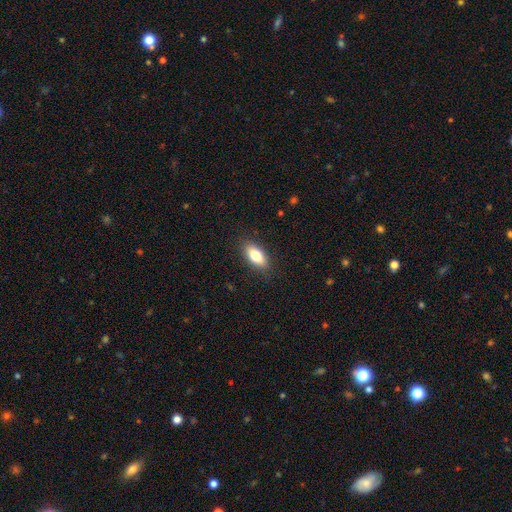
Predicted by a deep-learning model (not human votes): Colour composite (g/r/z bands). It shows a smooth galaxy with no disk features (77%) that is in between round and cigar-shaped (82%). Merging: none (87%).